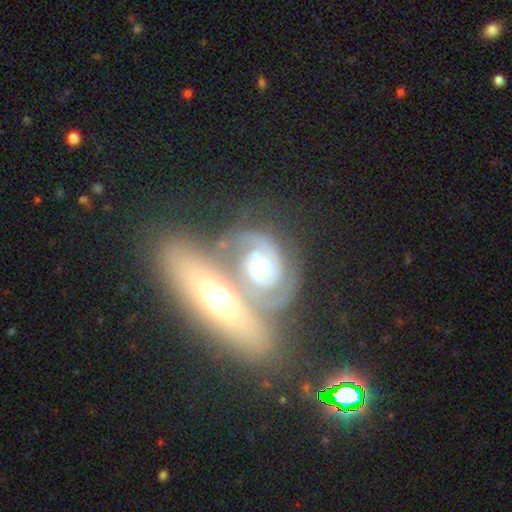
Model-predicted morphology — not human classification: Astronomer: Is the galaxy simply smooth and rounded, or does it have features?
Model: featured or disk — 77%.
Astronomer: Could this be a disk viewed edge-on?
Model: no — 90%.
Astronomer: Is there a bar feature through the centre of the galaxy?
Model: no — 71%.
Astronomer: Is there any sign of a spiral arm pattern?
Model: yes — 85%.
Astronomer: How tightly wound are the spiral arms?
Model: tight — 50% (runner-up: medium, 36%).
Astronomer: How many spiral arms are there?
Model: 2 — 69%.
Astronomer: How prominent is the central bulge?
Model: moderate — 67%.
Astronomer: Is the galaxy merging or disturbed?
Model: merger — 58%.